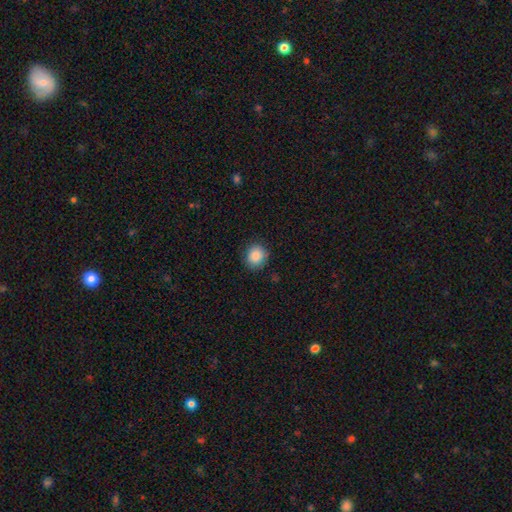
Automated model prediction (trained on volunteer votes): Morphology: type=smooth (88%); roundness=round (84%); merging=none (87%).